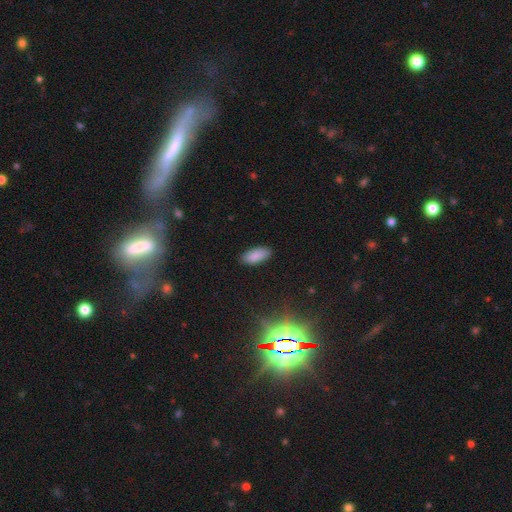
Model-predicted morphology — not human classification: This appears to be a smooth galaxy with no disk features (88%) that is in between round and cigar-shaped (88%). Merging: none (88%).